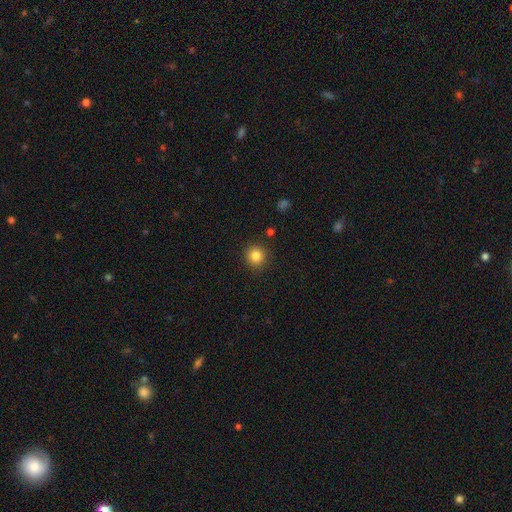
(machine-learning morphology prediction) A smooth galaxy with no disk features (84%) that is round (93%).

Vote fractions:
- Smooth or featured? smooth: 84% / star or artifact: 11% / featured or disk: 5%
- How rounded? round: 93% / in between: 6% / cigar-shaped: 1%
- Merging? none: 89% / minor disturbance: 7% / major disturbance: 2% / merger: 2%